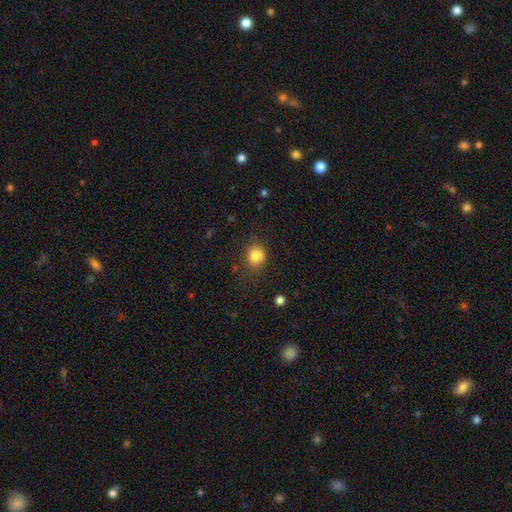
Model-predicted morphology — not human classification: smooth_or_featured: smooth (p=0.83) [alt: star or artifact p=0.11]
how_rounded: round (p=0.71) [alt: in between p=0.28]
merging: none (p=0.69) [alt: minor disturbance p=0.20]